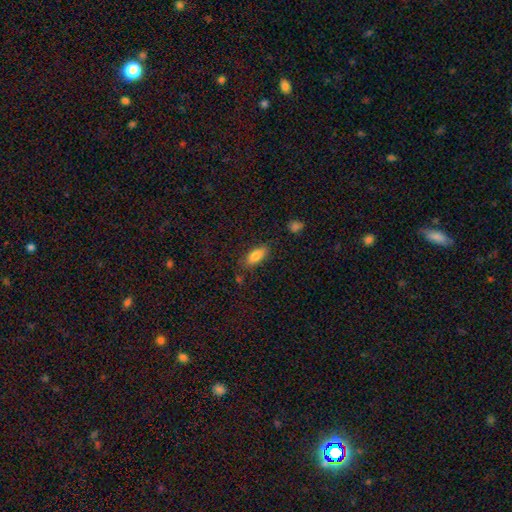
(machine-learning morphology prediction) Smooth or featured? smooth (83%)
How rounded? in between (85%)
Merging? none (80%)